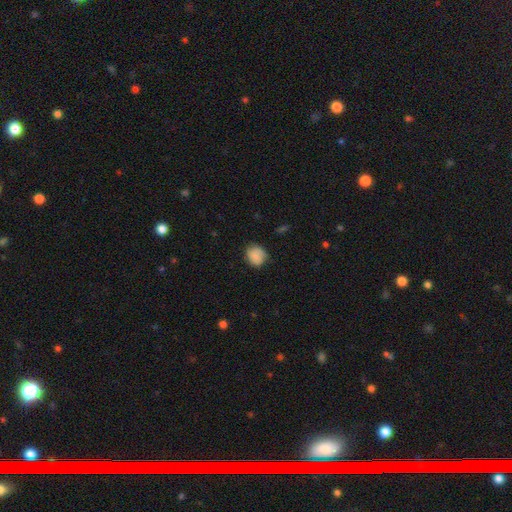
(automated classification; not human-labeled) Morphology: type=smooth (81%); roundness=round (71%); merging=none (71%).